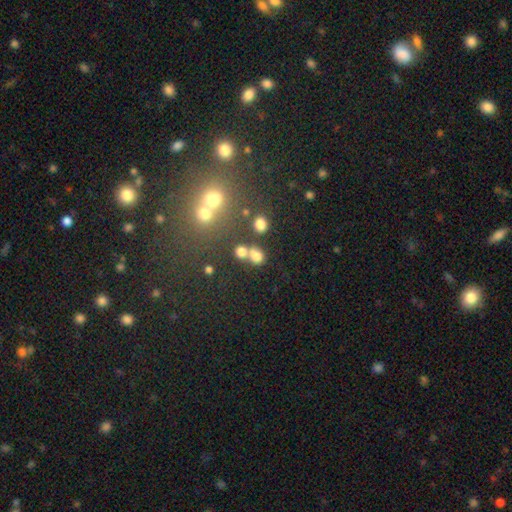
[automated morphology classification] A smooth galaxy with no disk features (71%) that is round (65%). Merging: merger (44%).